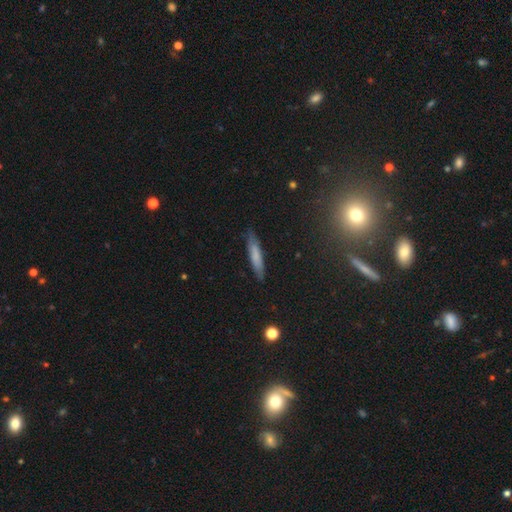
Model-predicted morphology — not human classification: Overall: smooth (70%). How rounded: cigar-shaped (88%). Merging: none (84%).